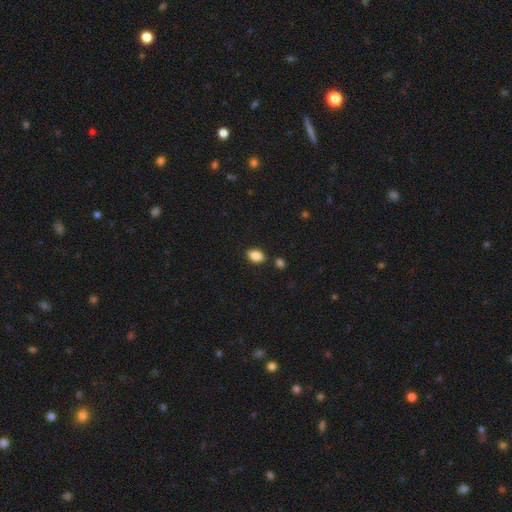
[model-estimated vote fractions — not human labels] A smooth galaxy with no disk features (86%) that is in between round and cigar-shaped (89%).

Vote fractions:
- Smooth or featured? smooth: 86% / star or artifact: 8% / featured or disk: 5%
- How rounded? in between: 89% / round: 9% / cigar-shaped: 2%
- Merging? none: 84% / minor disturbance: 10% / merger: 5% / major disturbance: 2%